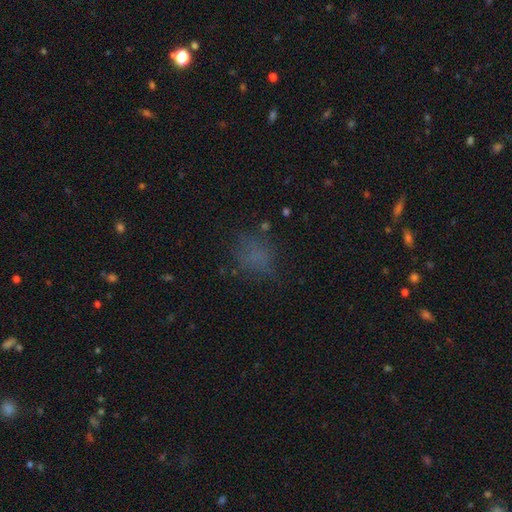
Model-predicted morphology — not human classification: A smooth galaxy with no disk features (61%) that is round (56%). Merging: none (64%).